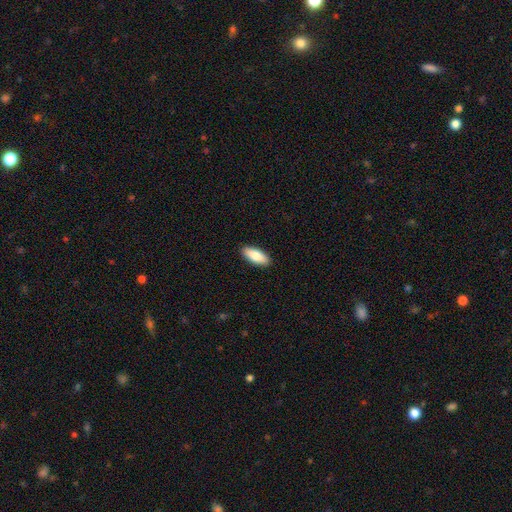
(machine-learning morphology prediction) A smooth galaxy with no disk features (82%) that is in between round and cigar-shaped (78%). Merging: none (90%).